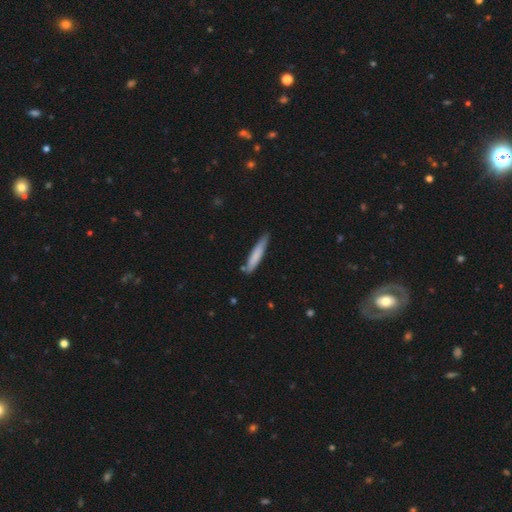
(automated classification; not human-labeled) The model was most divided on "merging": none: 73%, minor disturbance: 21%, merger: 3%, major disturbance: 3%. More confident: how rounded — cigar-shaped (91%); smooth or featured — smooth (75%).